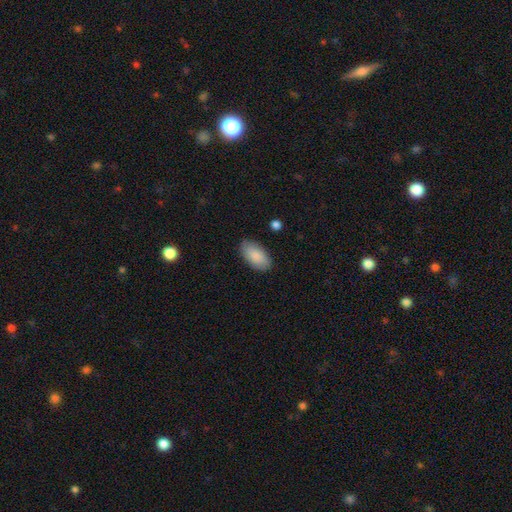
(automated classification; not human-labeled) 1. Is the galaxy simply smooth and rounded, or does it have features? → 88% smooth, 6% featured or disk, 6% star or artifact.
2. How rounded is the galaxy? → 95% in between, 3% cigar-shaped, 2% round.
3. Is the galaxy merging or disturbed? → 86% none, 10% minor disturbance, 2% major disturbance, 1% merger.